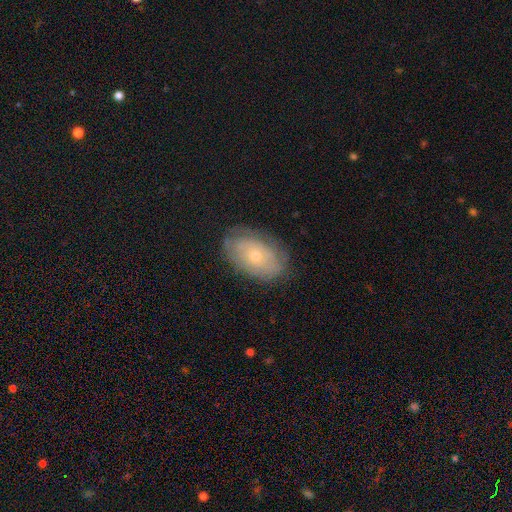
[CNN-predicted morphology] Smooth or featured: featured or disk — 46% (tied with smooth — 46%)
Merging: none — 75% (minor disturbance — 18%)